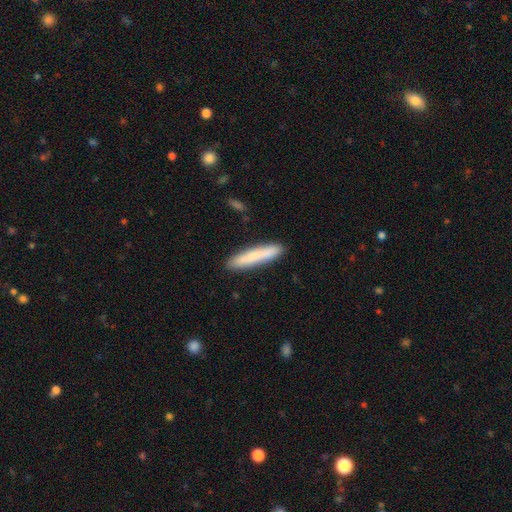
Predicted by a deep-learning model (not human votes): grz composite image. It shows a smooth galaxy with no disk features (73%) that is cigar-shaped (91%). Merging: none (89%).